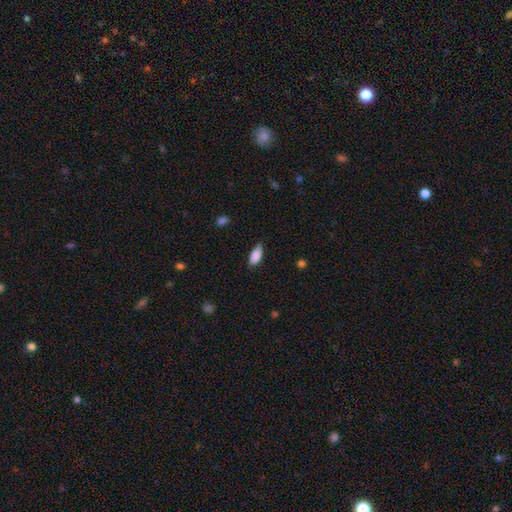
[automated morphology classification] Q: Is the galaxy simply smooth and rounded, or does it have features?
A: smooth — 87%.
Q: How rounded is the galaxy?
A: in between — 83%.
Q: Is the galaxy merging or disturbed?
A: none — 70%.